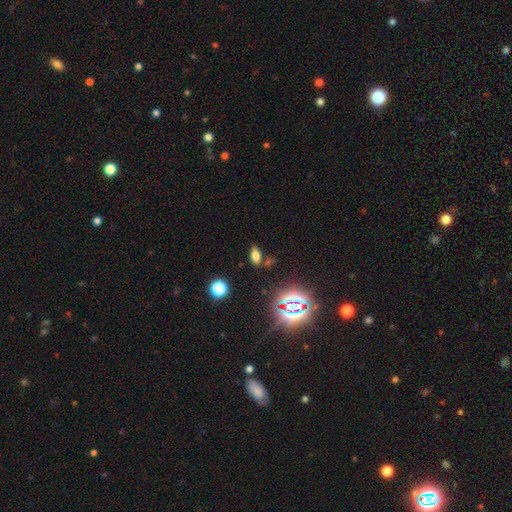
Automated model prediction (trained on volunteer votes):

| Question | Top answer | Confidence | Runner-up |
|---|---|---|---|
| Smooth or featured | smooth | 64% | star or artifact (24%) |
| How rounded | in between | 83% | cigar-shaped (10%) |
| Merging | none | 78% | minor disturbance (11%) |